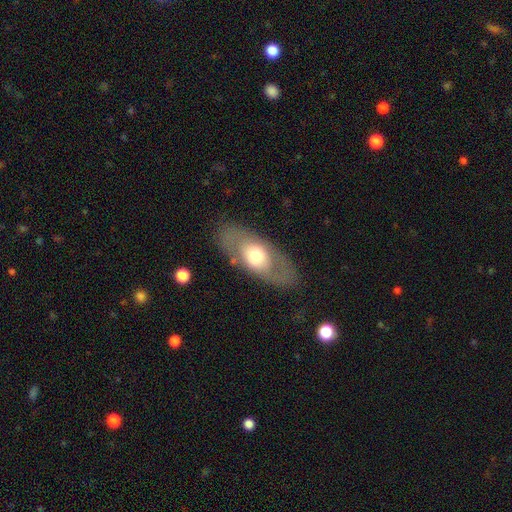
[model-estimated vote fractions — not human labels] A smooth galaxy with no disk features (49%). Merging: none (79%).